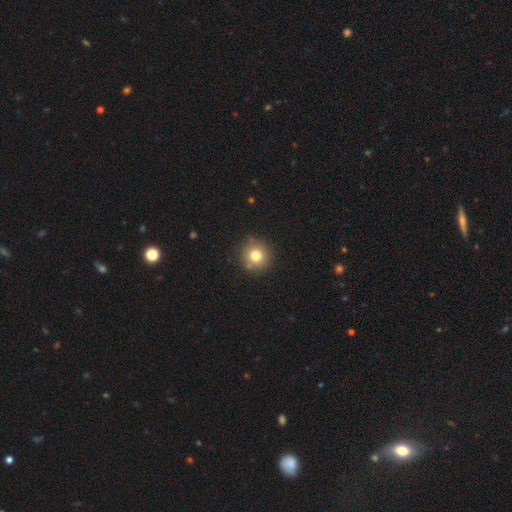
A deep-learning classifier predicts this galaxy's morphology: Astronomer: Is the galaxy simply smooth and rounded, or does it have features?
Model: smooth — 78%.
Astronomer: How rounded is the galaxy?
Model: round — 92%.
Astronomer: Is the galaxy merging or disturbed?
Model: none — 83%.